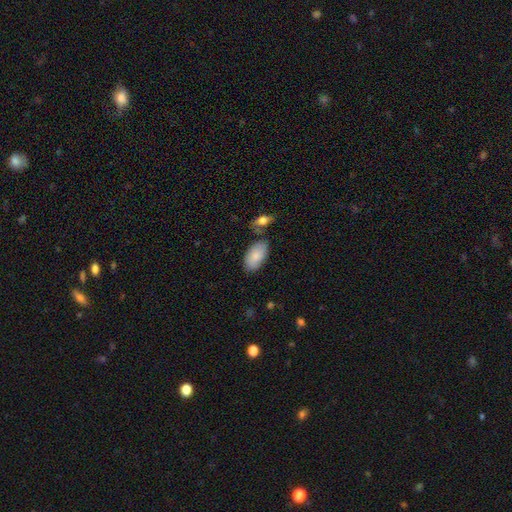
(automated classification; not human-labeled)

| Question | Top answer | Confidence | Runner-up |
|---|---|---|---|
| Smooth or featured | smooth | 84% | featured or disk (10%) |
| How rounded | in between | 95% | round (3%) |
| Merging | none | 71% | minor disturbance (17%) |